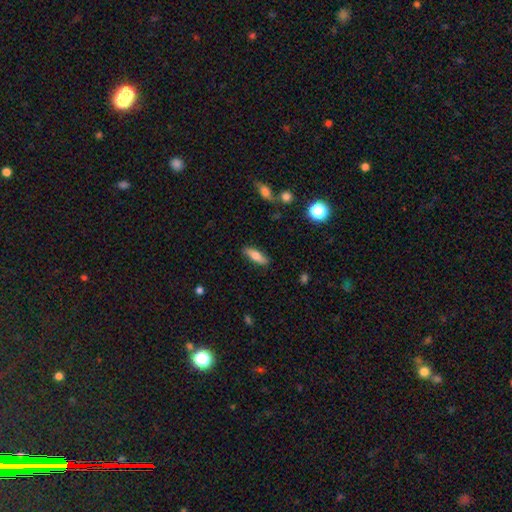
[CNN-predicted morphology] smooth_or_featured: smooth (p=0.69) [alt: featured or disk p=0.25]
how_rounded: cigar-shaped (p=0.50) [alt: in between p=0.48]
merging: none (p=0.87) [alt: minor disturbance p=0.09]